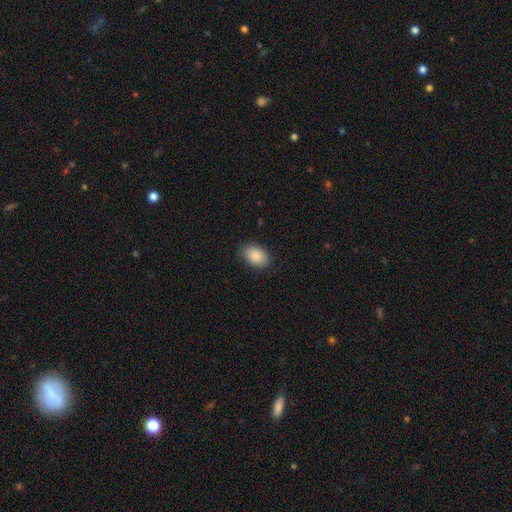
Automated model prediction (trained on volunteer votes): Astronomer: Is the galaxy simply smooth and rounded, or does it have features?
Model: smooth — 89%.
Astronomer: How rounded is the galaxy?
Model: in between — 86%.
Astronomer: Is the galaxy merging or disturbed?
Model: none — 86%.